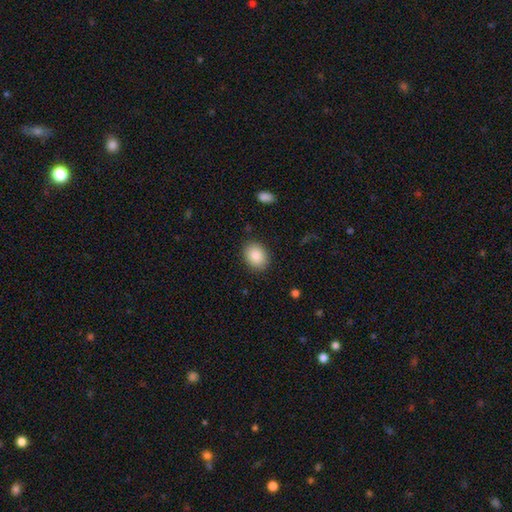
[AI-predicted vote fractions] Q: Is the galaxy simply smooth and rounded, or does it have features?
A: smooth — 88%.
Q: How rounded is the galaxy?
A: in between — 58%.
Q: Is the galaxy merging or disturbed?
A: none — 87%.